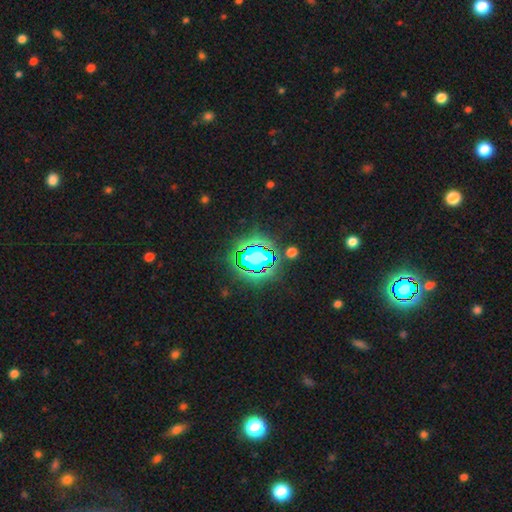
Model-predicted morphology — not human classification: smooth-or-featured: star or artifact: 79% | smooth: 13% | featured or disk: 7%